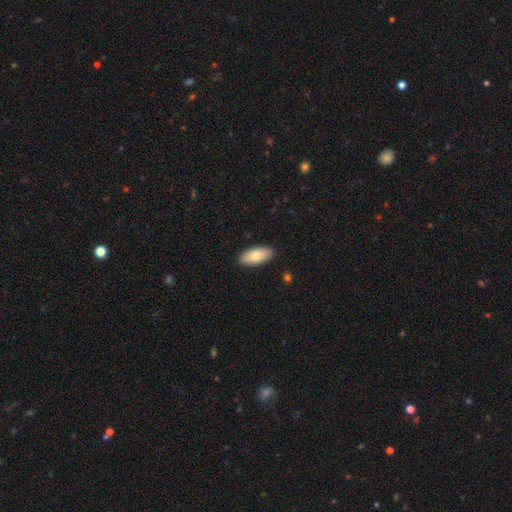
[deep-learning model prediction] Morphology: type=smooth (78%); roundness=in between (90%); merging=none (89%).